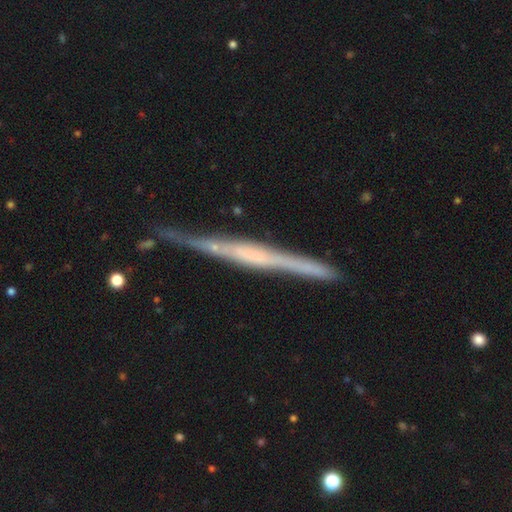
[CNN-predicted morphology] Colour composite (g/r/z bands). It shows a featured or disk galaxy (78%) viewed edge-on (97%) with no central bulge (52%). Merging: none (82%).